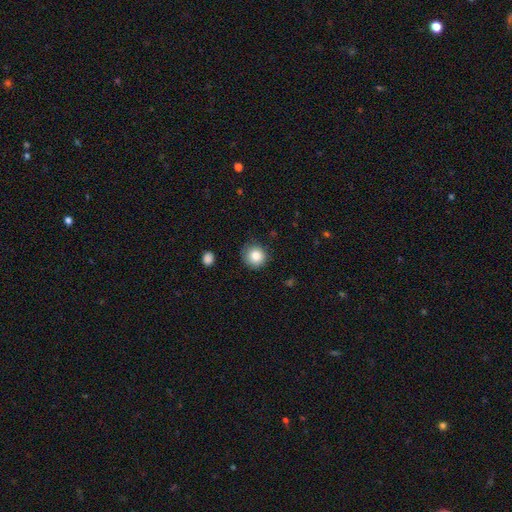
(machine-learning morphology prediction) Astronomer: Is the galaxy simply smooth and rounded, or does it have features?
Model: smooth — 84%.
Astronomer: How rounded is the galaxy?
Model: round — 92%.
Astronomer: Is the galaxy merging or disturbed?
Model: none — 84%.